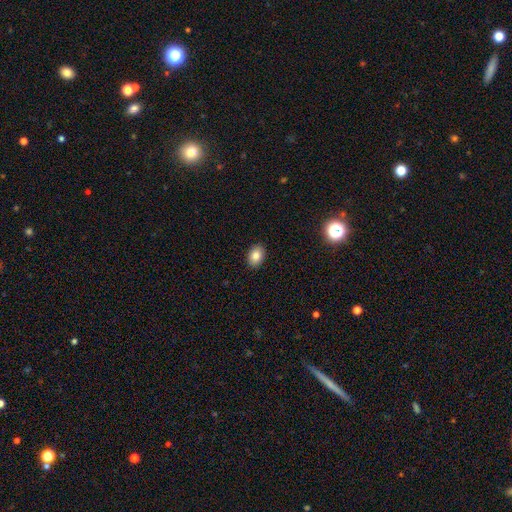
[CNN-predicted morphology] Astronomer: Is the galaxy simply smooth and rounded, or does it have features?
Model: smooth — 84%.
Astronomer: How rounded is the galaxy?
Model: in between — 79%.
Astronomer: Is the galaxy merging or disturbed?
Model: none — 90%.